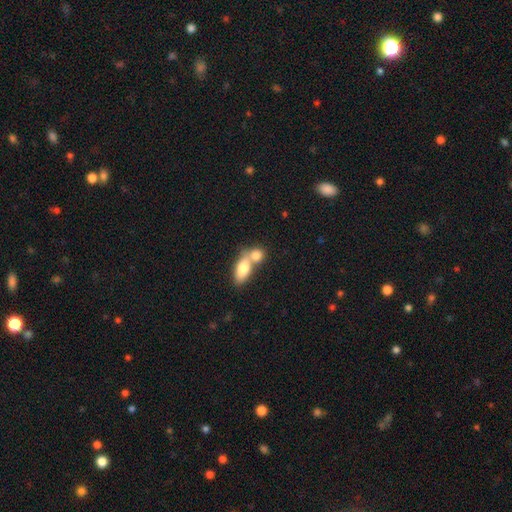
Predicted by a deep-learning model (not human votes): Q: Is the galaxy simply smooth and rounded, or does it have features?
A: smooth — 78%.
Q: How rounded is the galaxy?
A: in between — 65%.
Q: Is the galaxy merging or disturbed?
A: merger — 65%.